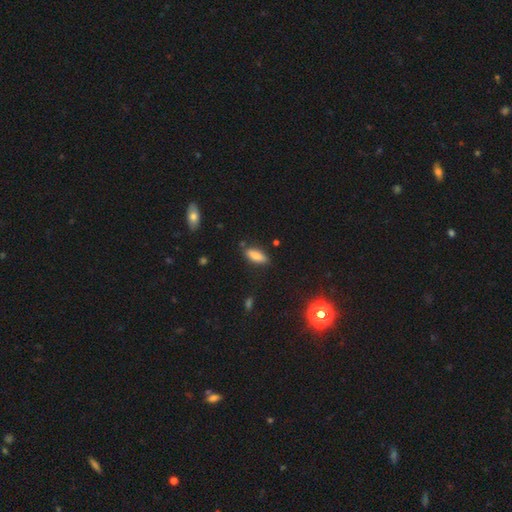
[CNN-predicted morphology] Overall: smooth (80%). How rounded: in between (61%; cigar-shaped 37%). Merging: none (79%).